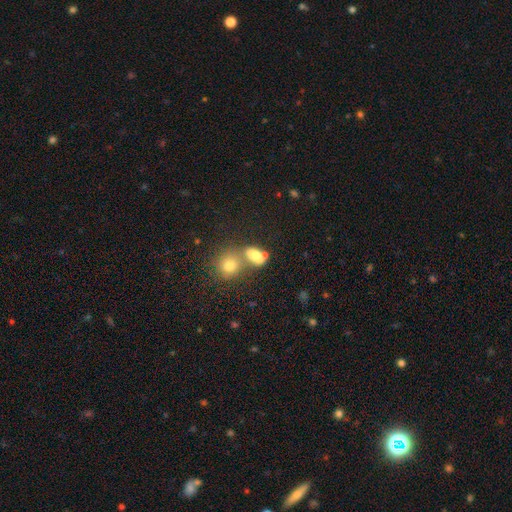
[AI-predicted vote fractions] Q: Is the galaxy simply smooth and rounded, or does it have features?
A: smooth — 74%.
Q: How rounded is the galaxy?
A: in between — 77%.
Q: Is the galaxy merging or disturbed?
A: merger — 45%.